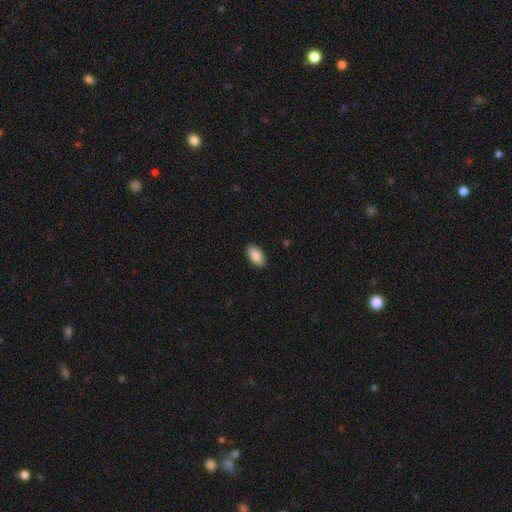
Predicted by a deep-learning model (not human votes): Smooth or featured: smooth — 89% (star or artifact — 6%)
How rounded: in between — 94% (cigar-shaped — 3%)
Merging: none — 89% (minor disturbance — 8%)